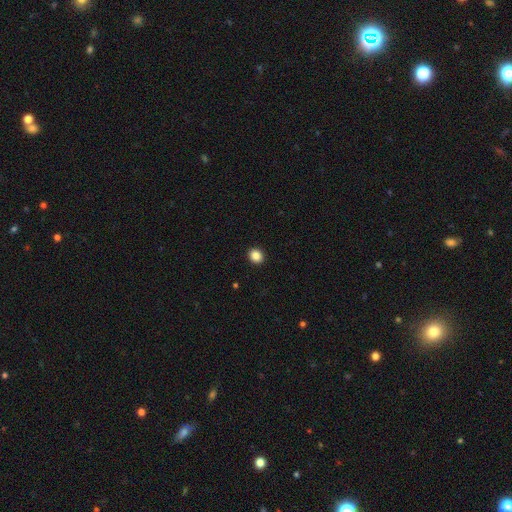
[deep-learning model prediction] Smooth or featured: smooth — 86% (star or artifact — 10%)
How rounded: round — 77% (in between — 22%)
Merging: none — 93% (minor disturbance — 4%)